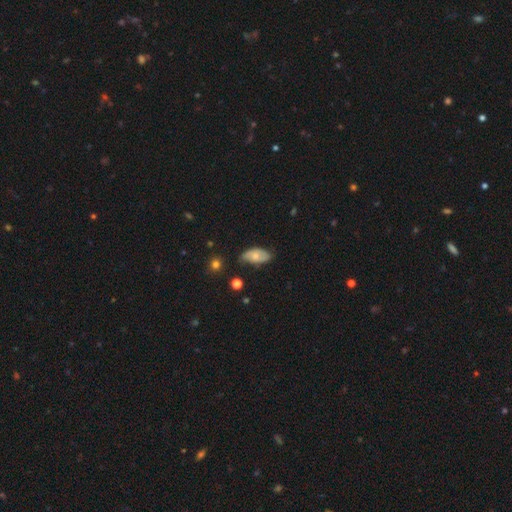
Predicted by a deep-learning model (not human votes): Overall: smooth (60%; featured or disk 32%). How rounded: in between (92%). Merging: none (62%; minor disturbance 30%).